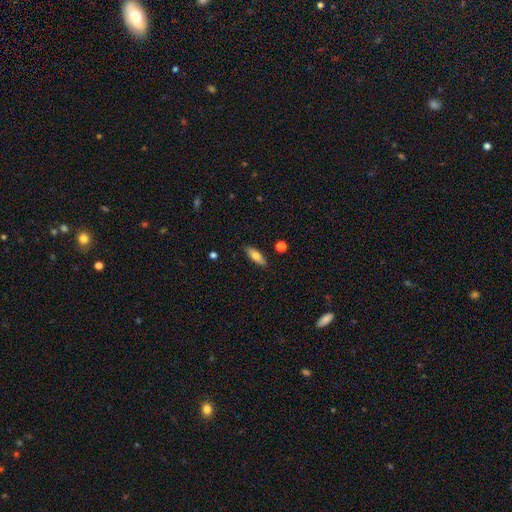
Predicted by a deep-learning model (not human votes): A smooth galaxy with no disk features (70%) that is in between round and cigar-shaped (63%).

Vote fractions:
- Smooth or featured? smooth: 70% / featured or disk: 24% / star or artifact: 7%
- How rounded? in between: 63% / cigar-shaped: 34% / round: 3%
- Merging? none: 87% / minor disturbance: 9% / major disturbance: 2% / merger: 2%